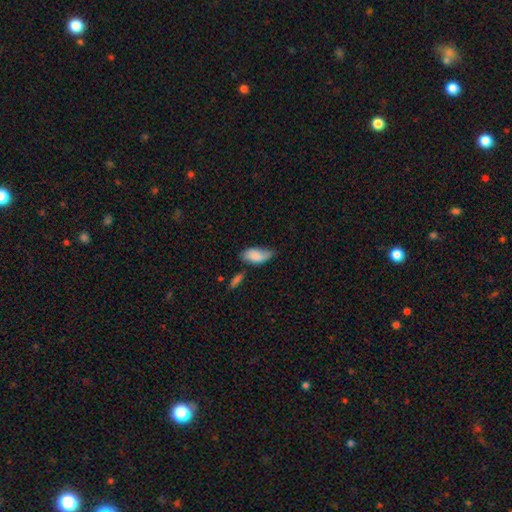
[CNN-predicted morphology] smooth_or_featured: smooth (p=0.81) [alt: featured or disk p=0.12]
how_rounded: in between (p=0.92) [alt: cigar-shaped p=0.05]
merging: none (p=0.42) [alt: minor disturbance p=0.38]